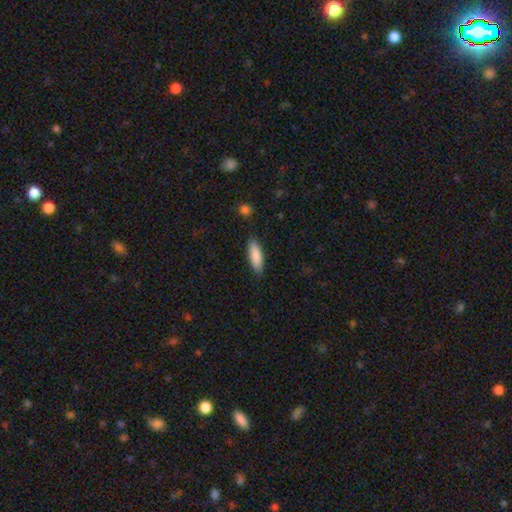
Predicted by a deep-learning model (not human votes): Smooth or featured: smooth — 87% (featured or disk — 8%)
How rounded: in between — 54% (cigar-shaped — 45%)
Merging: none — 87% (minor disturbance — 10%)